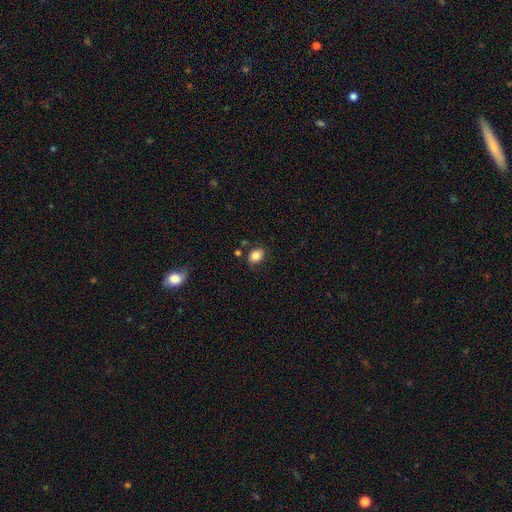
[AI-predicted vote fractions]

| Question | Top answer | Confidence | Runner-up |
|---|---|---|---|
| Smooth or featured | smooth | 84% | star or artifact (9%) |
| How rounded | in between | 70% | round (29%) |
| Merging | none | 78% | minor disturbance (14%) |